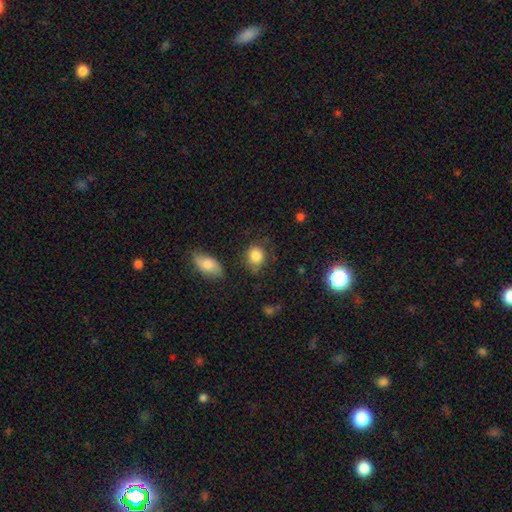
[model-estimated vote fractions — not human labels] A smooth galaxy with no disk features (85%) that is round (73%).

Vote fractions:
- Smooth or featured? smooth: 85% / star or artifact: 9% / featured or disk: 7%
- How rounded? round: 73% / in between: 26% / cigar-shaped: 1%
- Merging? none: 70% / minor disturbance: 19% / major disturbance: 6% / merger: 5%